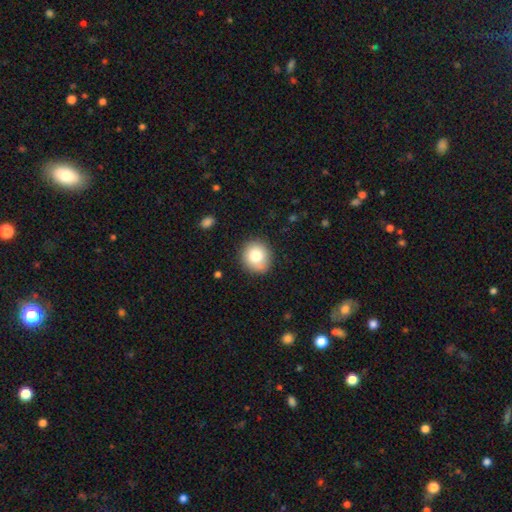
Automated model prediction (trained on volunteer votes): smooth 80%, featured or disk 11%, star or artifact 9%. Down the decision tree: how rounded — round (86%); merging — none (85%).